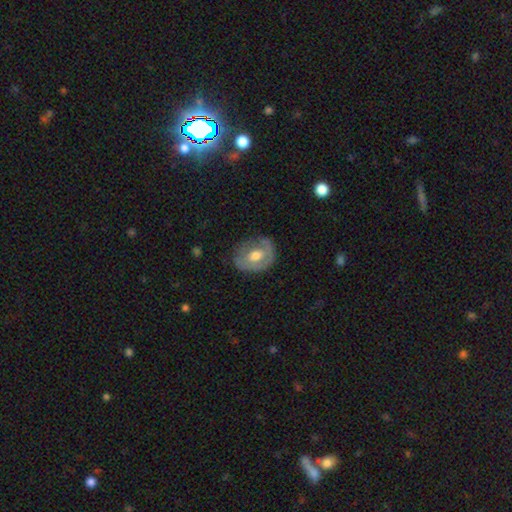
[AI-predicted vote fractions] This appears to be a featured or disk galaxy (53%) with no bar (68%), no spiral arms (58%) and a moderate central bulge (72%). Merging: none (63%).